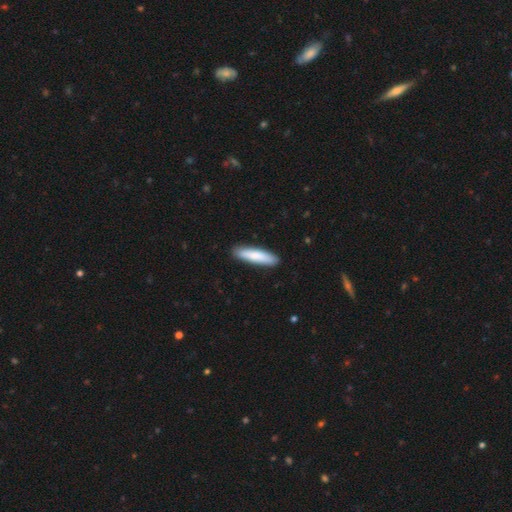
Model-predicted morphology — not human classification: smooth_or_featured: smooth (p=0.82) [alt: featured or disk p=0.14]
how_rounded: cigar-shaped (p=0.81) [alt: in between p=0.17]
merging: none (p=0.89) [alt: minor disturbance p=0.08]